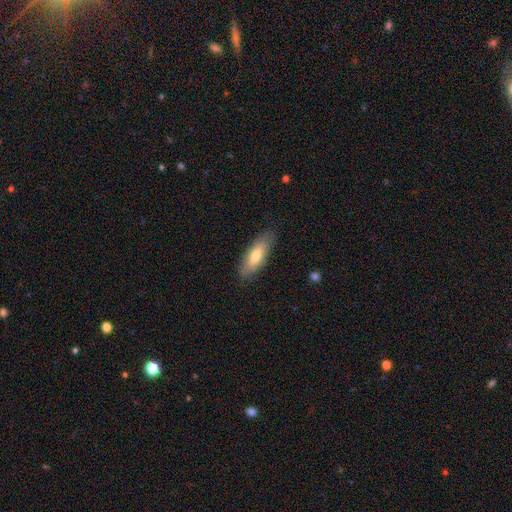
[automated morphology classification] This is likely a smooth galaxy (66%). How rounded: likely in between (63%). Merging: clearly none (85%).